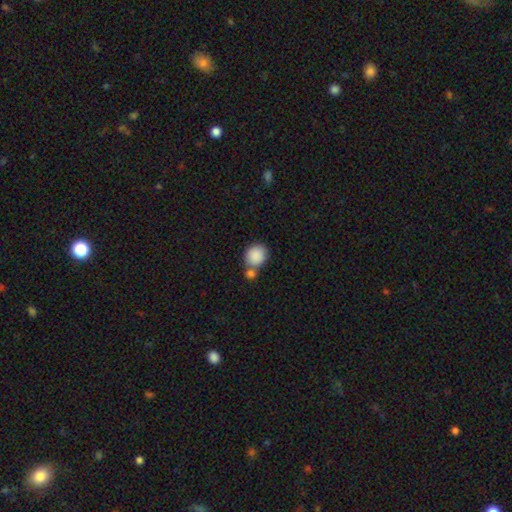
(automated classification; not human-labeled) Smooth or featured?
  - smooth: 88% *
  - star or artifact: 8%
  - featured or disk: 4%
How rounded?
  - round: 79% *
  - in between: 20%
  - cigar-shaped: 1%
Merging?
  - none: 54% *
  - merger: 32%
  - minor disturbance: 11%
  - major disturbance: 4%